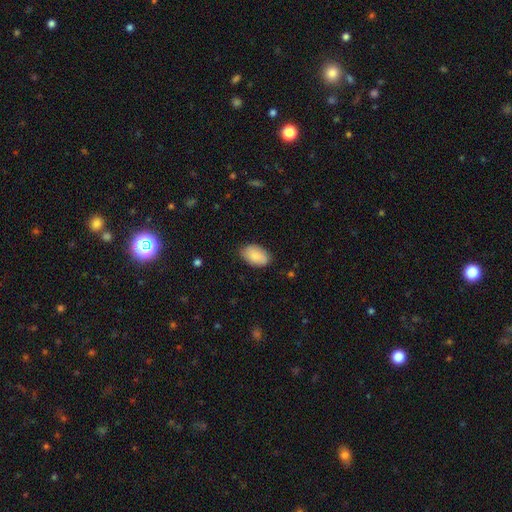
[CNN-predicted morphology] Smooth or featured: smooth — 83% (featured or disk — 11%)
How rounded: in between — 93% (round — 6%)
Merging: none — 80% (minor disturbance — 16%)